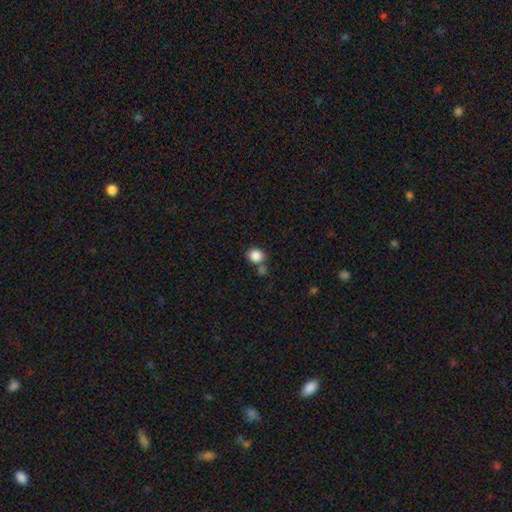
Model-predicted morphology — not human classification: A smooth galaxy with no disk features (86%) that is round (74%). Merging: none (63%).